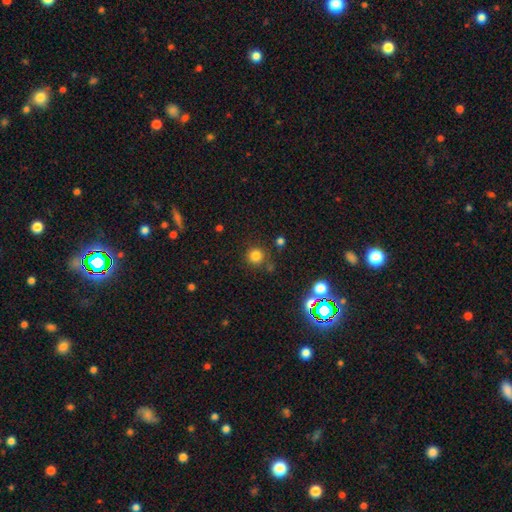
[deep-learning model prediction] A smooth galaxy with no disk features (80%) that is round (94%).

Vote fractions:
- Smooth or featured? smooth: 80% / star or artifact: 15% / featured or disk: 5%
- How rounded? round: 94% / in between: 5% / cigar-shaped: 1%
- Merging? none: 80% / minor disturbance: 10% / merger: 6% / major disturbance: 4%